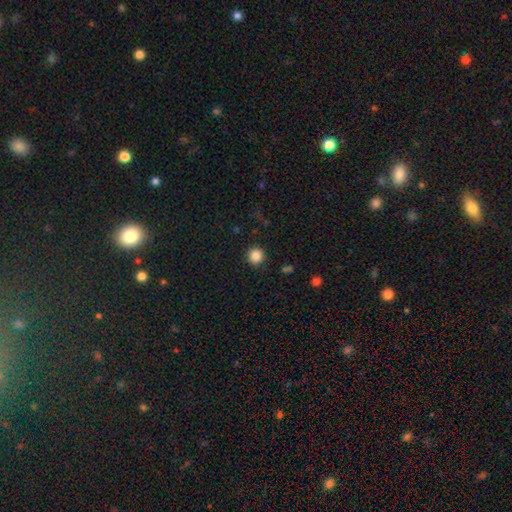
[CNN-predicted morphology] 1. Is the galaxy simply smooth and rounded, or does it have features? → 86% smooth, 11% star or artifact, 3% featured or disk.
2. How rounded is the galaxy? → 95% round, 4% in between, 1% cigar-shaped.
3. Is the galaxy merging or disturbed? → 91% none, 6% minor disturbance, 2% major disturbance, 1% merger.